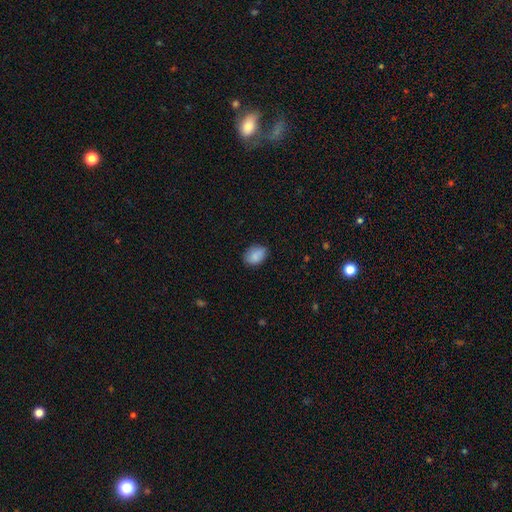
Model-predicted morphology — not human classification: The model was most divided on "how rounded": in between: 74%, round: 25%, cigar-shaped: 1%. More confident: smooth or featured — smooth (87%); merging — none (76%).